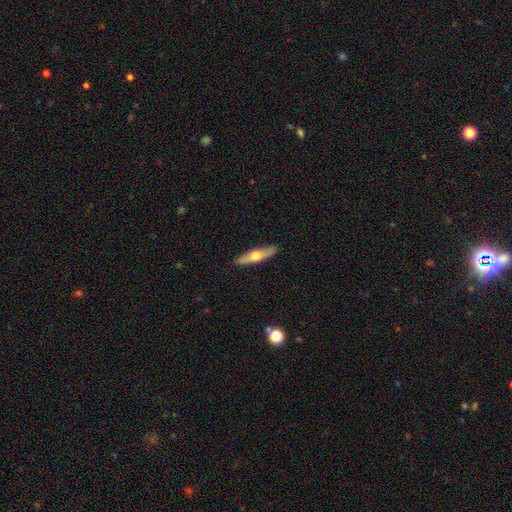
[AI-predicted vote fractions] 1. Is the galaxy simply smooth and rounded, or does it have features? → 50% featured or disk, 45% smooth, 5% star or artifact.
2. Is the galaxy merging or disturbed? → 90% none, 7% minor disturbance, 2% major disturbance, 1% merger.